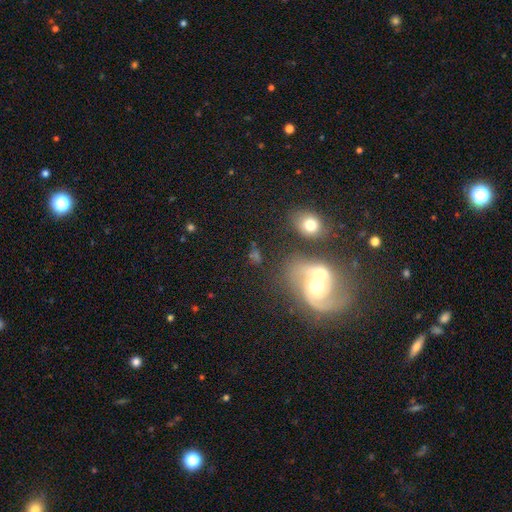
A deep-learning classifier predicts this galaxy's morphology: smooth-or-featured: featured or disk: 54% | smooth: 32% | star or artifact: 14%
  disk-edge-on: no: 95% | yes: 5%
    bar: no: 56% | weak: 34% | strong: 10%
    has-spiral-arms: yes: 80% | no: 20%
    bulge-size: moderate: 59% | small: 25% | large: 10% | none: 4% | dominant: 2%
  merging: none: 43% | merger: 34% | minor disturbance: 13% | major disturbance: 10%